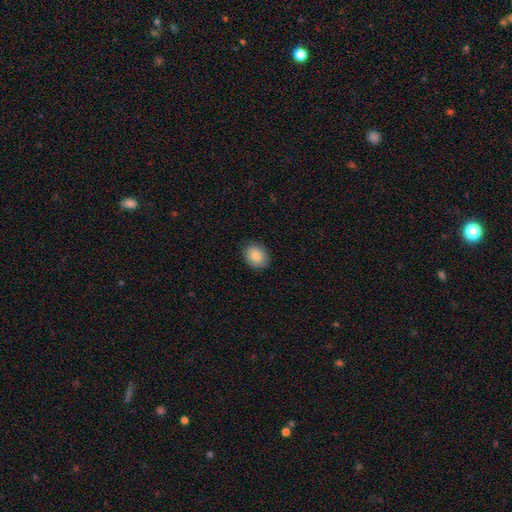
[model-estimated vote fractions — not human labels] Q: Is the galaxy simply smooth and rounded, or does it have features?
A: smooth — 85%.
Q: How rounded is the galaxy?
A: round — 54%.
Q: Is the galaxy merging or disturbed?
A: none — 88%.